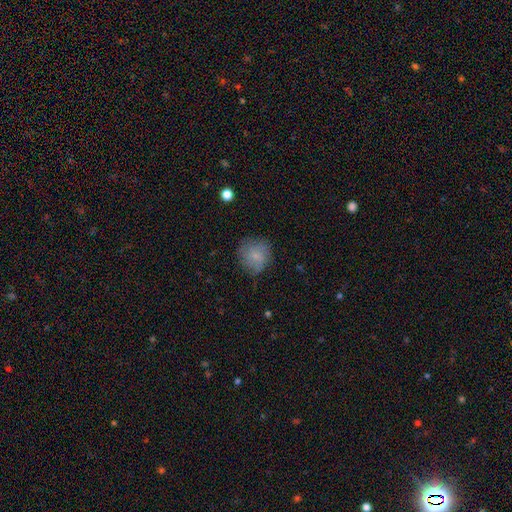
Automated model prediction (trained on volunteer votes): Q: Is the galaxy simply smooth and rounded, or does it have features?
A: smooth — 75%.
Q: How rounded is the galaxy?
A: round — 85%.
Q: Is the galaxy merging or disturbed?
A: none — 70%.